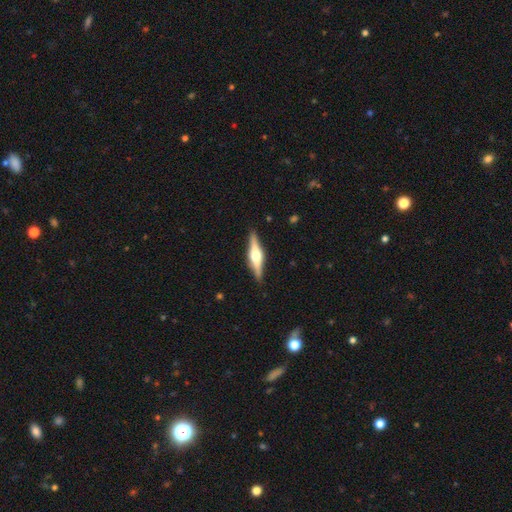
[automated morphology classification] Smooth or featured? featured or disk (75%)
Edge-on disk? yes (98%)
Edge-on bulge? rounded (91%)
Merging? none (90%)